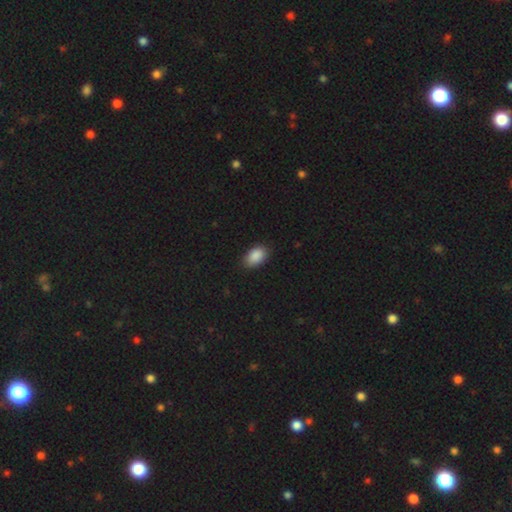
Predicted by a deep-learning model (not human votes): smooth-or-featured: smooth: 89% | star or artifact: 7% | featured or disk: 4%
  how-rounded: in between: 91% | round: 7% | cigar-shaped: 1%
  merging: none: 82% | minor disturbance: 14% | major disturbance: 2% | merger: 1%